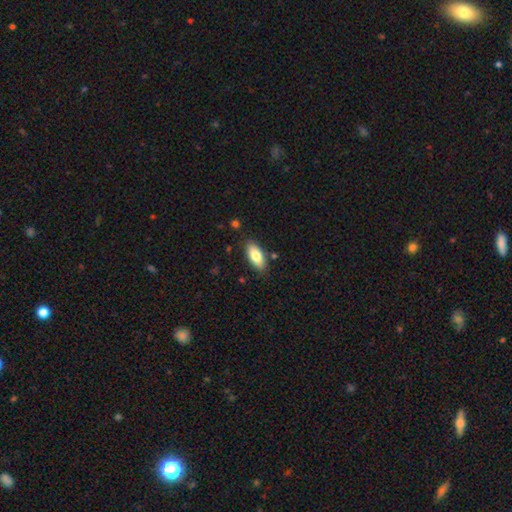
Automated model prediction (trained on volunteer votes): Smooth or featured? Predicted: smooth (p=0.79). How rounded? Predicted: in between (p=0.87). Merging? Predicted: none (p=0.85).